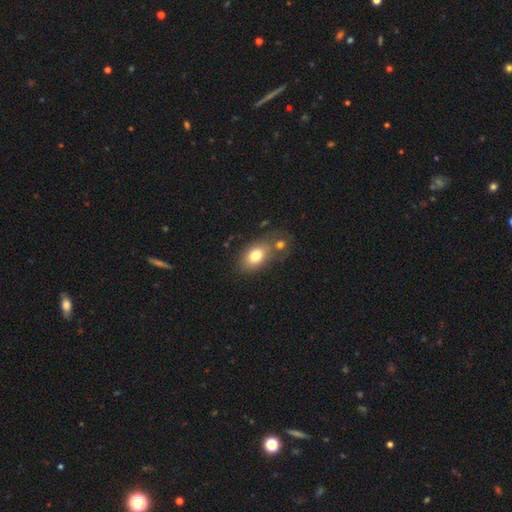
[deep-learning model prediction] This is likely a smooth galaxy (78%). How rounded: clearly in between (82%). Merging: possibly none (55%).